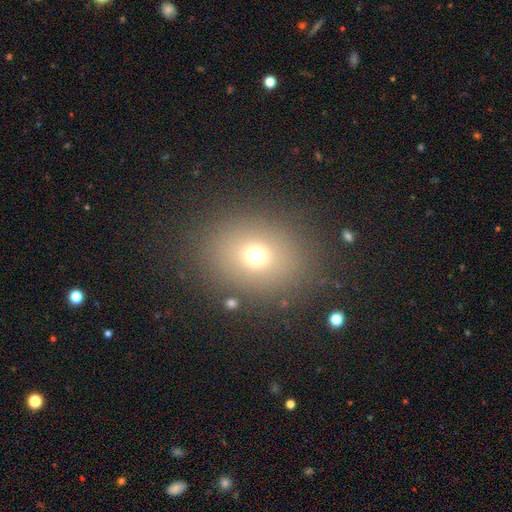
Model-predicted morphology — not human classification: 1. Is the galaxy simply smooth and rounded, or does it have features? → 69% smooth, 18% star or artifact, 12% featured or disk.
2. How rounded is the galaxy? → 58% round, 41% in between, 1% cigar-shaped.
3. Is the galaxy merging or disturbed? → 84% none, 9% minor disturbance, 5% major disturbance, 2% merger.